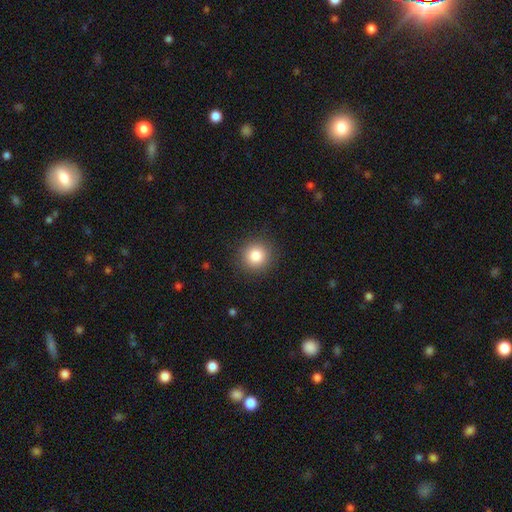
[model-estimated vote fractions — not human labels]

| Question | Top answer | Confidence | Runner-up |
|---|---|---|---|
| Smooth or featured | smooth | 83% | star or artifact (11%) |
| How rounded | round | 93% | in between (6%) |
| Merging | none | 90% | minor disturbance (6%) |